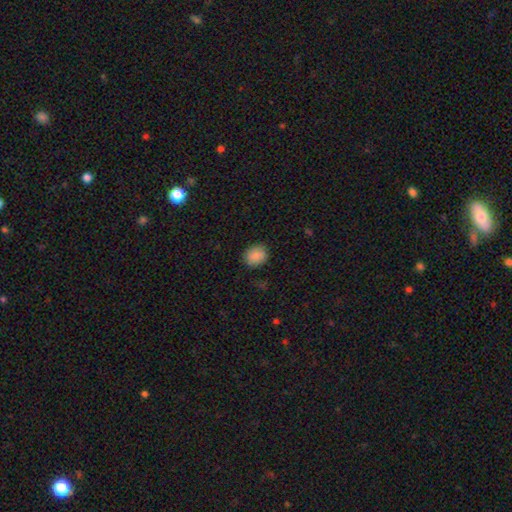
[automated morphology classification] A smooth galaxy with no disk features (88%) that is round (50%).

Vote fractions:
- Smooth or featured? smooth: 88% / star or artifact: 8% / featured or disk: 4%
- How rounded? round: 50% / in between: 49% / cigar-shaped: 1%
- Merging? none: 81% / minor disturbance: 14% / major disturbance: 3% / merger: 1%